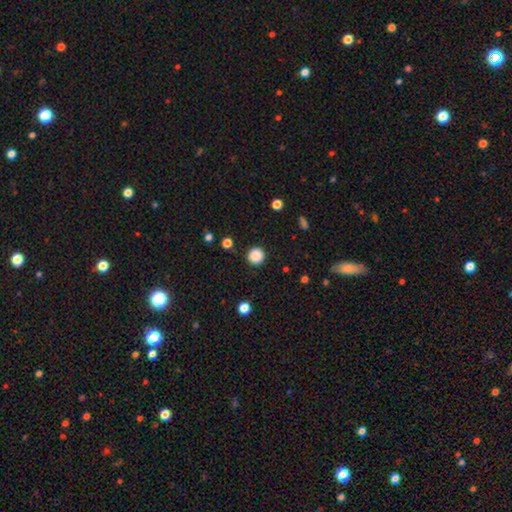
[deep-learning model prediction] A smooth galaxy with no disk features (87%) that is round (95%). Merging: none (91%).